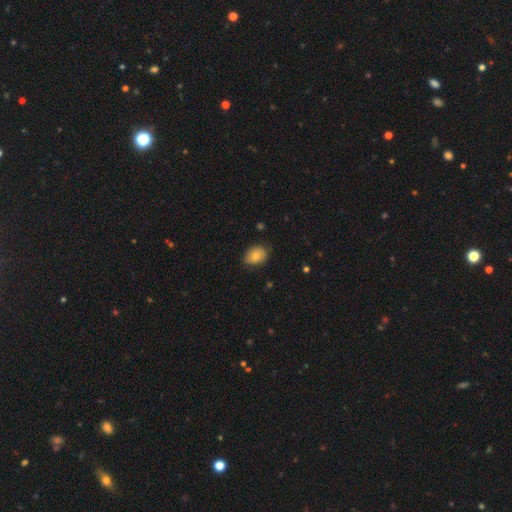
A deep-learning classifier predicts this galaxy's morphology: smooth-or-featured: smooth: 74% | featured or disk: 17% | star or artifact: 8%
  how-rounded: in between: 65% | round: 34% | cigar-shaped: 1%
  merging: none: 76% | minor disturbance: 20% | major disturbance: 3% | merger: 1%